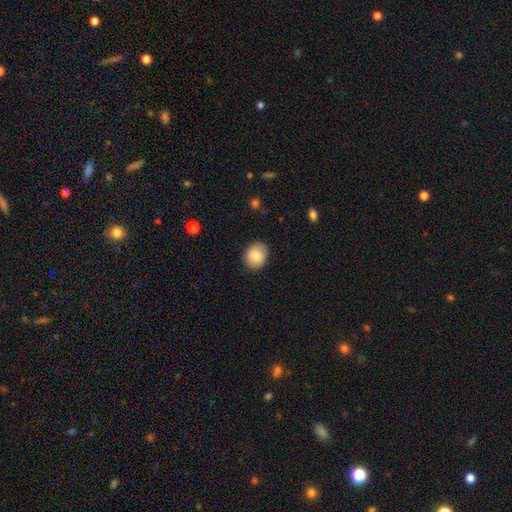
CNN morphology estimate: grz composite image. It shows a smooth galaxy with no disk features (83%) that is round (66%). Merging: none (89%).